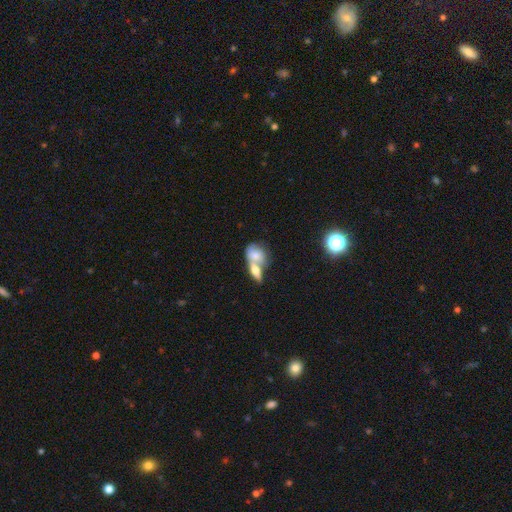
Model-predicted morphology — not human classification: type=smooth (68%); roundness=in between (72%); merging=merger (70%).